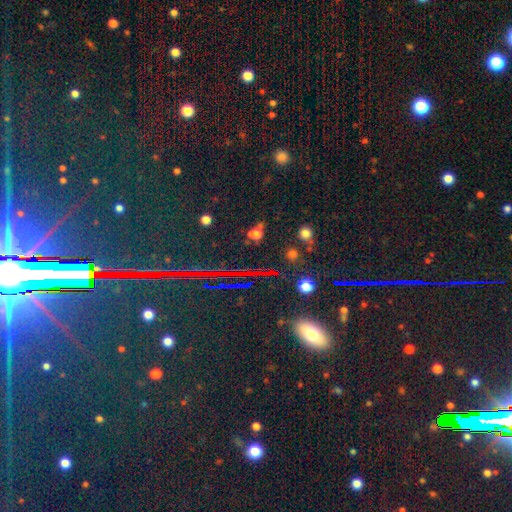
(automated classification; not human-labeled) Smooth or featured: star or artifact — 69% (smooth — 21%)